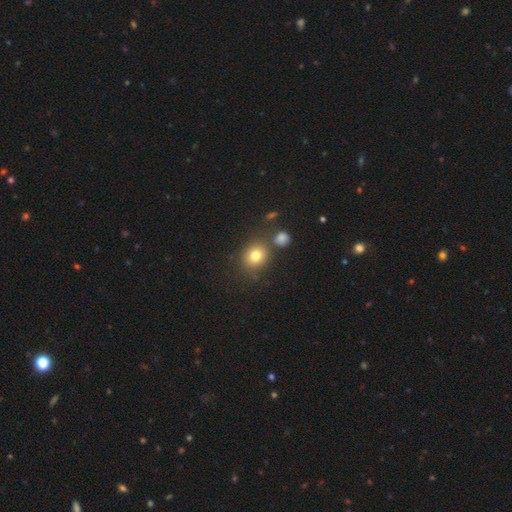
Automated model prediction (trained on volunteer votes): This appears to be a smooth galaxy with no disk features (78%) that is round (74%). Merging: none (73%).